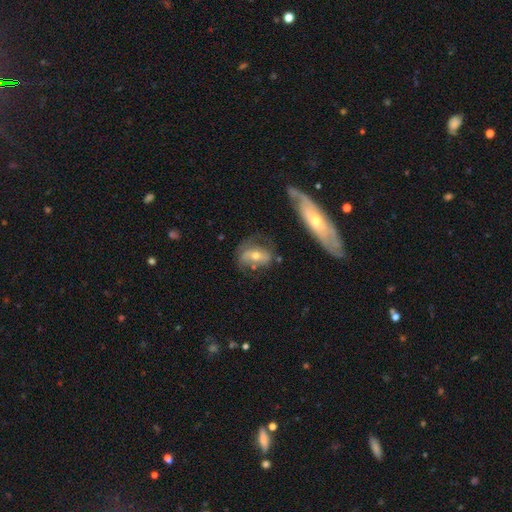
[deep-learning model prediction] Overall: featured or disk (55%; smooth 36%). Edge-on disk: no (89%). Merging: none (47%; minor disturbance 25%).